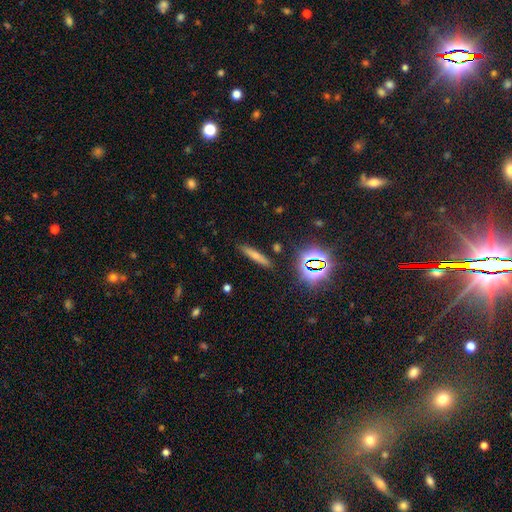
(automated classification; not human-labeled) Smooth or featured?
  - smooth: 61% *
  - featured or disk: 22%
  - star or artifact: 16%
How rounded?
  - cigar-shaped: 87% *
  - in between: 10%
  - round: 3%
Merging?
  - none: 86% *
  - minor disturbance: 9%
  - merger: 3%
  - major disturbance: 2%